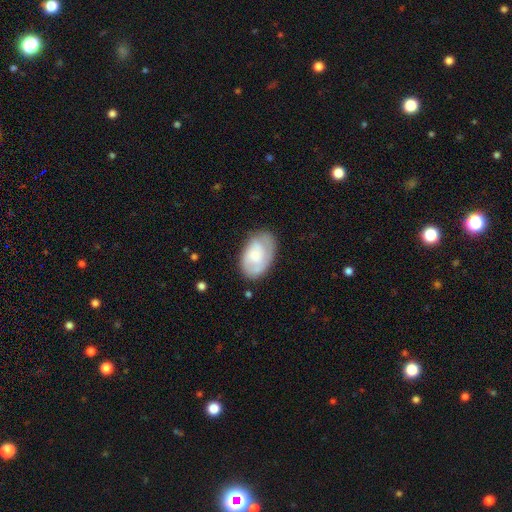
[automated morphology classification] This appears to be a featured or disk galaxy (48%). Merging: none (67%).